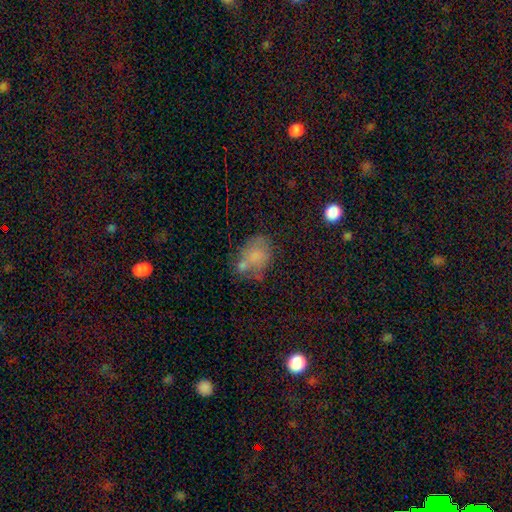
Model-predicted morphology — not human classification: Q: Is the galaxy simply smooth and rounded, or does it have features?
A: smooth — 68%.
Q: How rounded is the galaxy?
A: in between — 67%.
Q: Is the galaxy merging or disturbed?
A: none — 36%.